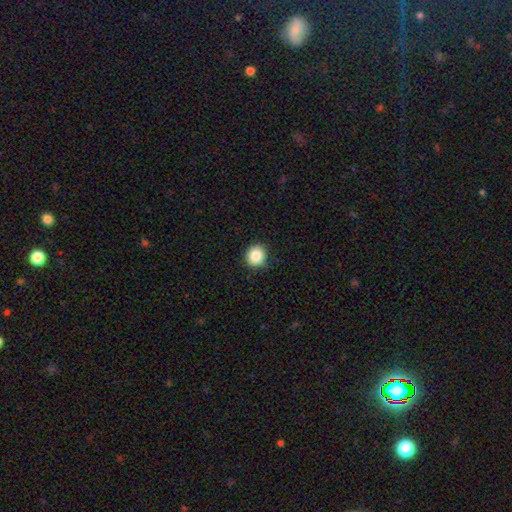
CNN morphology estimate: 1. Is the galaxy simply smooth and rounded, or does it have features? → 87% smooth, 9% star or artifact, 4% featured or disk.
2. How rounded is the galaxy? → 88% round, 11% in between, 1% cigar-shaped.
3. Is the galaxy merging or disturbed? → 90% none, 8% minor disturbance, 2% major disturbance, 1% merger.